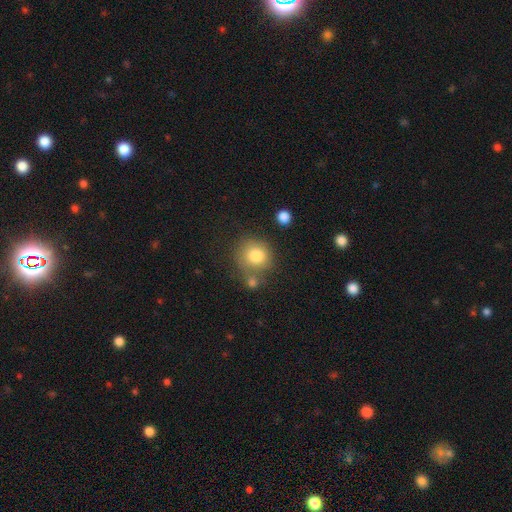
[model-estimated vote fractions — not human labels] smooth 81%, star or artifact 10%, featured or disk 9%. Down the decision tree: how rounded — round (88%); merging — none (64%).